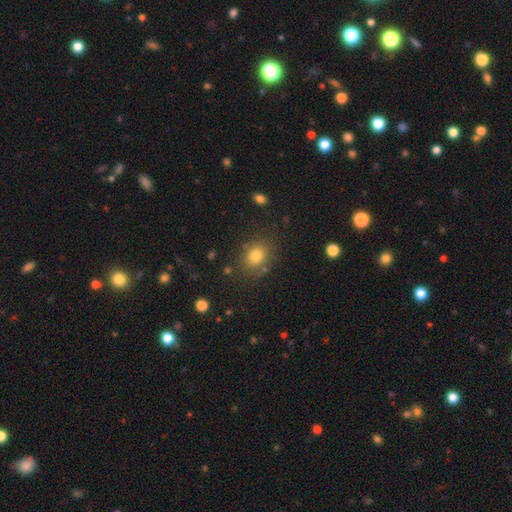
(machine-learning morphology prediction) Smooth or featured?
  - smooth: 79% *
  - star or artifact: 13%
  - featured or disk: 8%
How rounded?
  - round: 57% *
  - in between: 42%
  - cigar-shaped: 1%
Merging?
  - none: 81% *
  - minor disturbance: 11%
  - major disturbance: 4%
  - merger: 4%